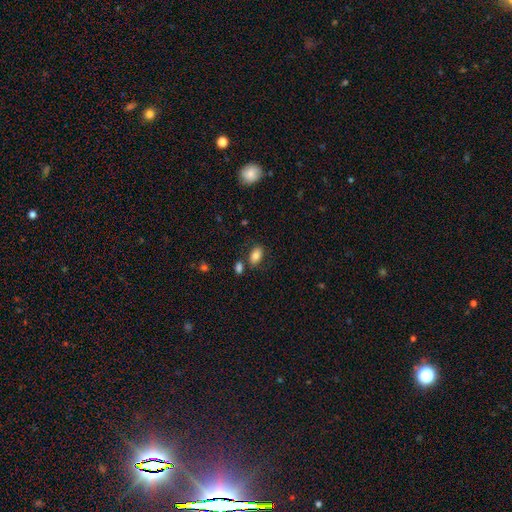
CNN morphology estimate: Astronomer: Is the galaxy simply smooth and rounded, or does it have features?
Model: smooth — 82%.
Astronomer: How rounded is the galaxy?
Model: in between — 90%.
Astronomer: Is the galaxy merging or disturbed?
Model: none — 73%.